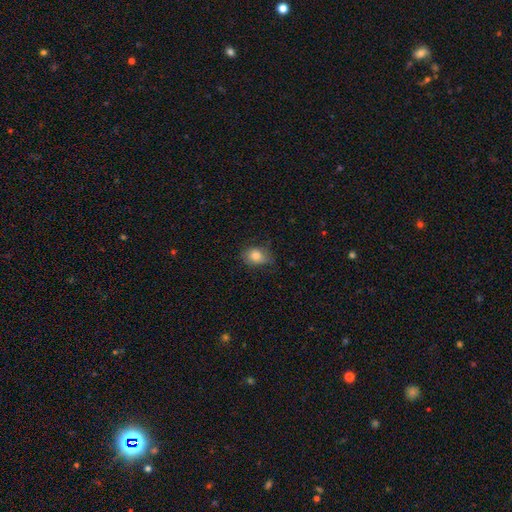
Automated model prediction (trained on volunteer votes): A smooth galaxy with no disk features (82%) that is in between round and cigar-shaped (61%).

Vote fractions:
- Smooth or featured? smooth: 82% / featured or disk: 9% / star or artifact: 9%
- How rounded? in between: 61% / round: 37% / cigar-shaped: 1%
- Merging? none: 63% / minor disturbance: 28% / major disturbance: 8% / merger: 1%